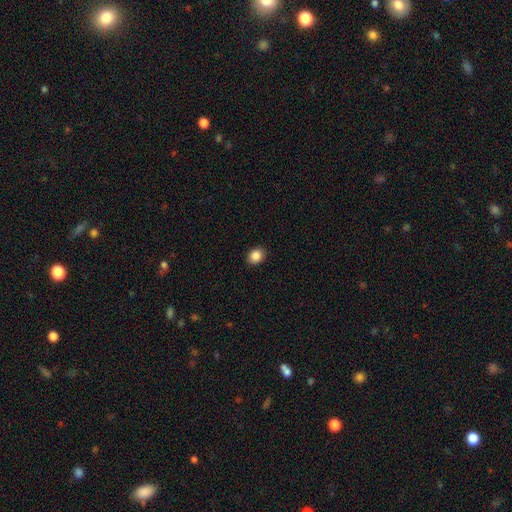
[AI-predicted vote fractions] A smooth galaxy with no disk features (87%) that is round (53%).

Vote fractions:
- Smooth or featured? smooth: 87% / star or artifact: 9% / featured or disk: 4%
- How rounded? round: 53% / in between: 46% / cigar-shaped: 1%
- Merging? none: 90% / minor disturbance: 7% / major disturbance: 2% / merger: 1%